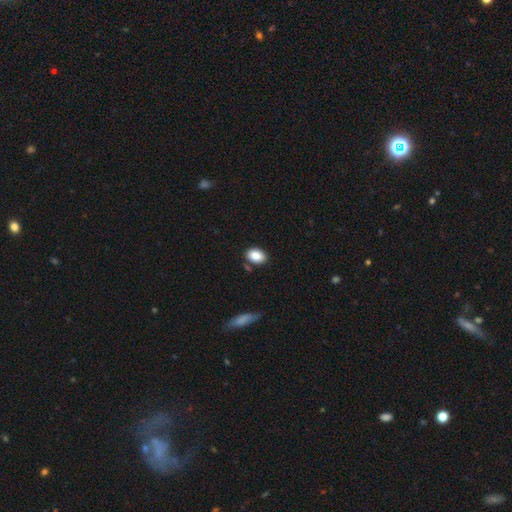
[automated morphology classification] Q: Smooth or featured?
A: smooth (87%); runner-up: star or artifact (8%)
Q: How rounded?
A: in between (81%); runner-up: round (17%)
Q: Merging?
A: none (80%); runner-up: minor disturbance (13%)